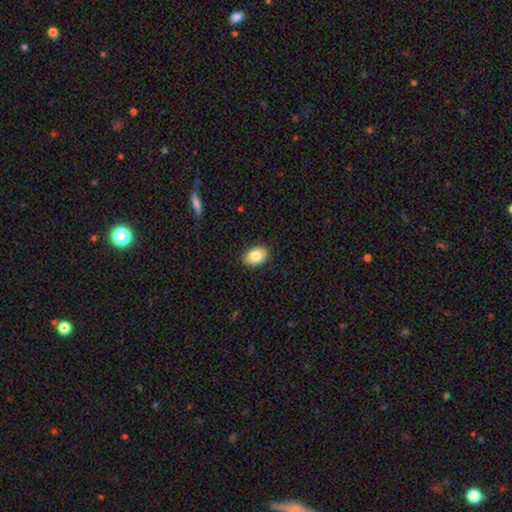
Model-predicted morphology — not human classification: smooth_or_featured: smooth (p=0.83) [alt: featured or disk p=0.09]
how_rounded: in between (p=0.83) [alt: round p=0.16]
merging: none (p=0.88) [alt: minor disturbance p=0.09]